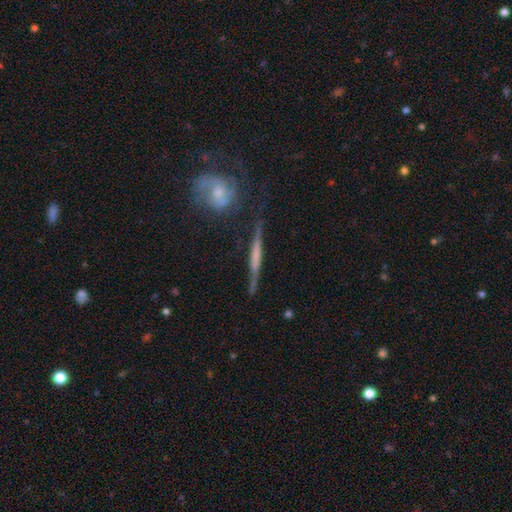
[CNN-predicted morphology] The model was most divided on "smooth or featured": featured or disk: 65%, smooth: 27%, star or artifact: 7%. More confident: edge-on disk — yes (92%); merging — none (72%); edge-on bulge — none (60%).